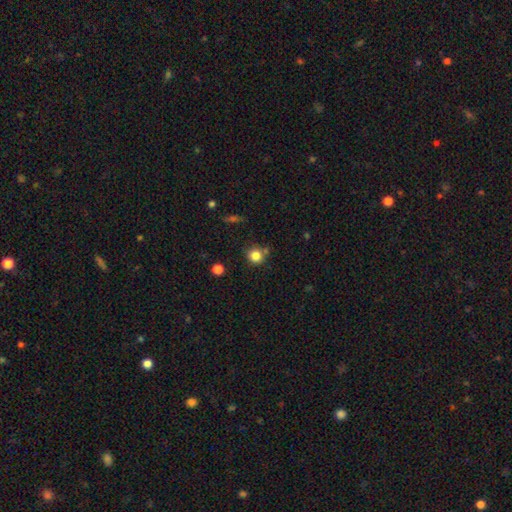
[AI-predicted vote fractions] smooth-or-featured: smooth: 82% | star or artifact: 12% | featured or disk: 6%
  how-rounded: round: 89% | in between: 10% | cigar-shaped: 1%
  merging: none: 71% | minor disturbance: 14% | merger: 10% | major disturbance: 4%